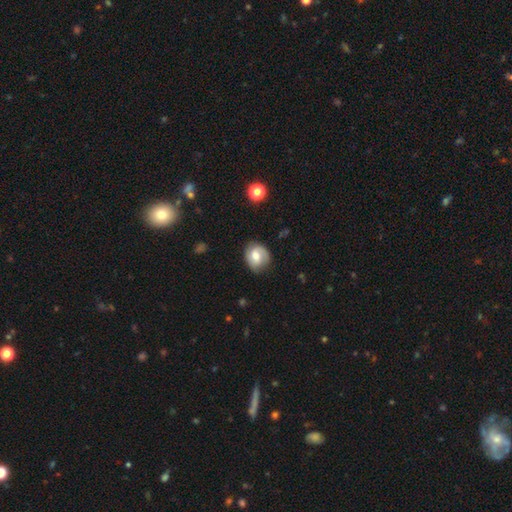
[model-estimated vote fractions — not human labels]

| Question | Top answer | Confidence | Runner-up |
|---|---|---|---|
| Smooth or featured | smooth | 58% | featured or disk (34%) |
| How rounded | round | 69% | in between (30%) |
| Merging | none | 74% | minor disturbance (19%) |